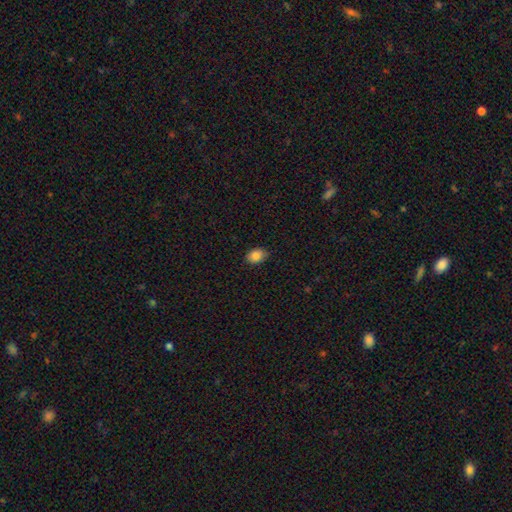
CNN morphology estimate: Q: Smooth or featured?
A: smooth (86%); runner-up: star or artifact (9%)
Q: How rounded?
A: in between (75%); runner-up: round (24%)
Q: Merging?
A: none (83%); runner-up: minor disturbance (14%)